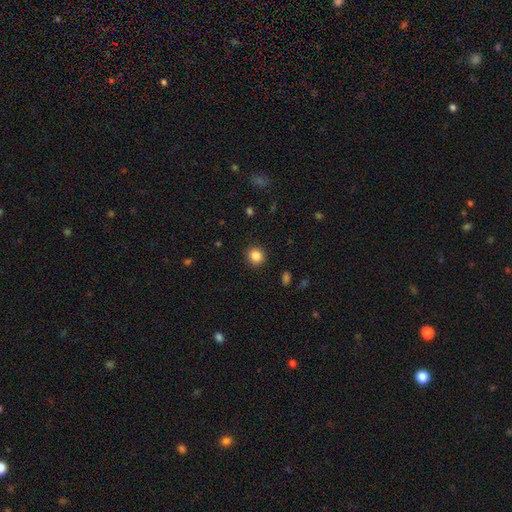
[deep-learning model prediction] smooth 86%, star or artifact 10%, featured or disk 3%. Down the decision tree: how rounded — round (86%); merging — none (90%).